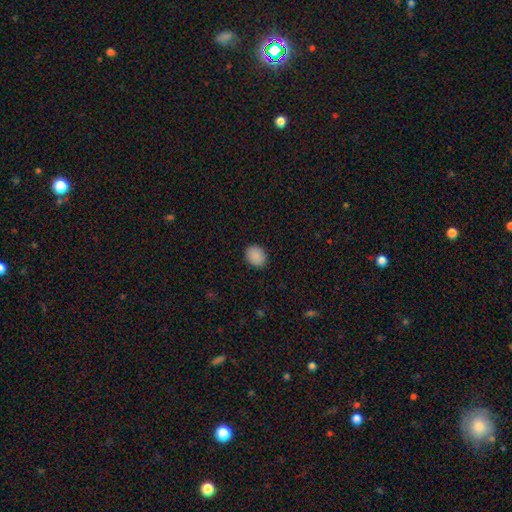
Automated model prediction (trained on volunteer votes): smooth 89%, star or artifact 8%, featured or disk 3%. Down the decision tree: how rounded — round (59%); merging — none (90%).